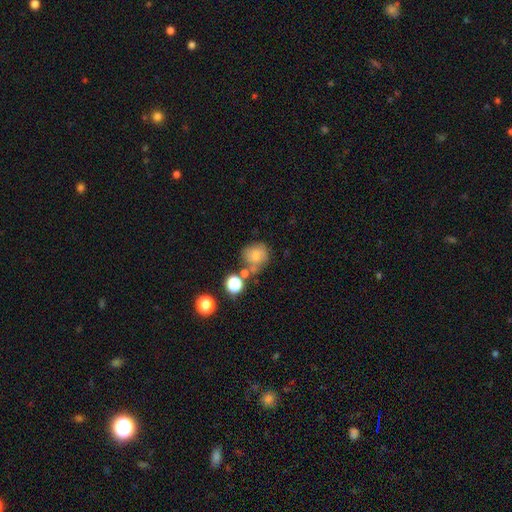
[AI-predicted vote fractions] A smooth galaxy with no disk features (67%) that is round (80%).

Vote fractions:
- Smooth or featured? smooth: 67% / featured or disk: 19% / star or artifact: 14%
- How rounded? round: 80% / in between: 19% / cigar-shaped: 1%
- Merging? none: 50% / merger: 21% / minor disturbance: 19% / major disturbance: 9%